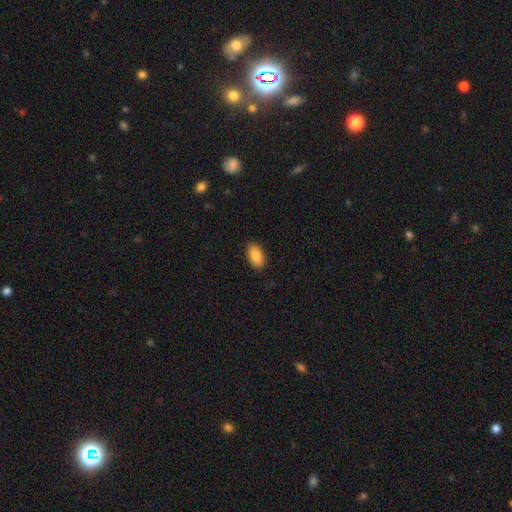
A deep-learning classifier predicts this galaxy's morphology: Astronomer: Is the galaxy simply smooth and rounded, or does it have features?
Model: smooth — 89%.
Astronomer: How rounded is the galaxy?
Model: in between — 94%.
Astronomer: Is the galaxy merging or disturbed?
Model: none — 89%.